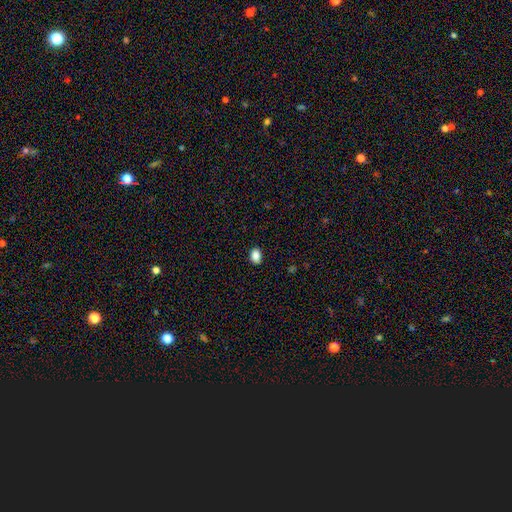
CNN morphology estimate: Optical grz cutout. It shows a smooth galaxy with no disk features (87%) that is in between round and cigar-shaped (76%). Merging: none (89%).